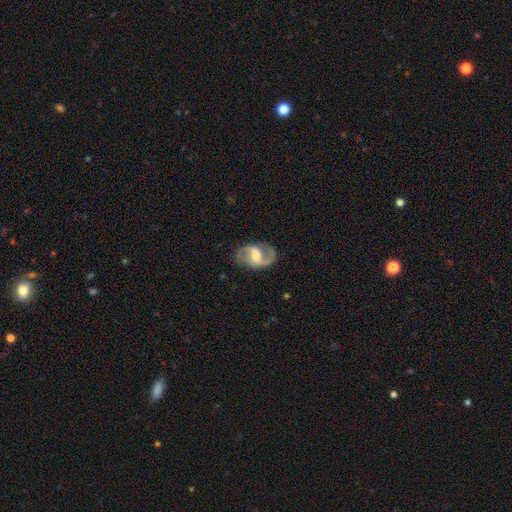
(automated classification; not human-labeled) Overall: featured or disk (88%). Edge-on disk: no (98%). Bar: weak (52%; no 26%). Spiral arms: yes (96%). Spiral arm count: 2 (93%). Spiral winding: medium (50%; loose 38%). Bulge size: moderate (56%; small 34%). Merging: none (82%).